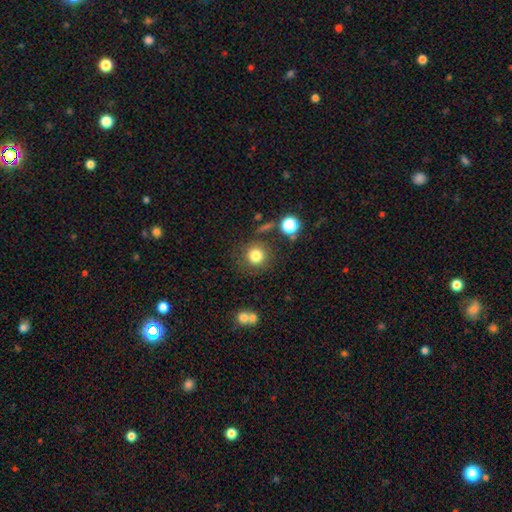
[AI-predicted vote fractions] smooth_or_featured: smooth (p=0.81) [alt: star or artifact p=0.12]
how_rounded: round (p=0.92) [alt: in between p=0.07]
merging: none (p=0.81) [alt: minor disturbance p=0.10]